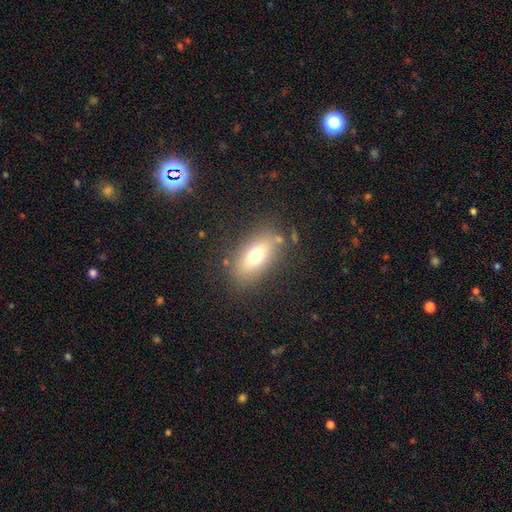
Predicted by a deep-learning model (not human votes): Smooth or featured: smooth — 65% (featured or disk — 25%)
How rounded: in between — 80% (cigar-shaped — 12%)
Merging: none — 78% (minor disturbance — 13%)